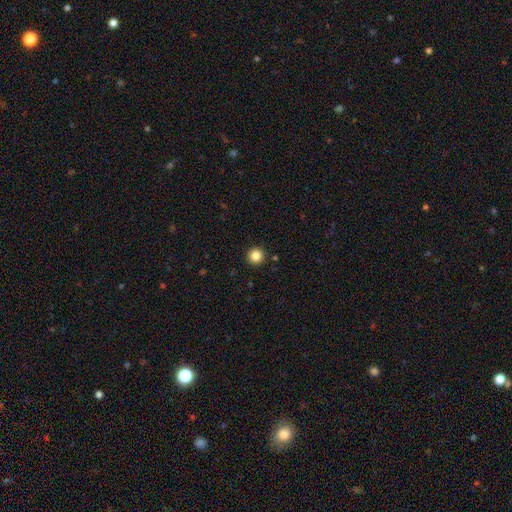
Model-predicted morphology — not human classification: Smooth or featured? smooth (85%)
How rounded? round (96%)
Merging? none (93%)